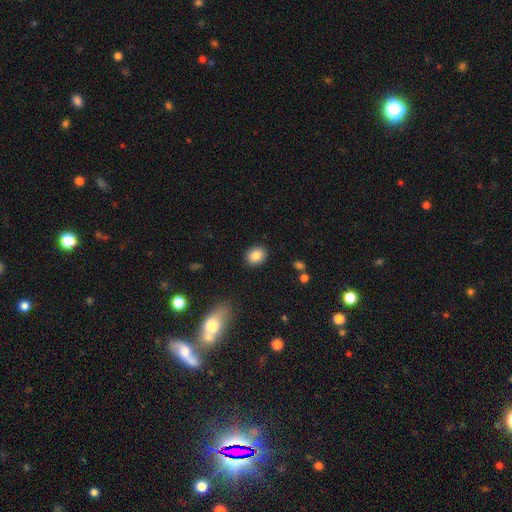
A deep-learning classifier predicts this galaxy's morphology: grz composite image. It shows a smooth galaxy with no disk features (85%) that is round (57%). Merging: none (89%).